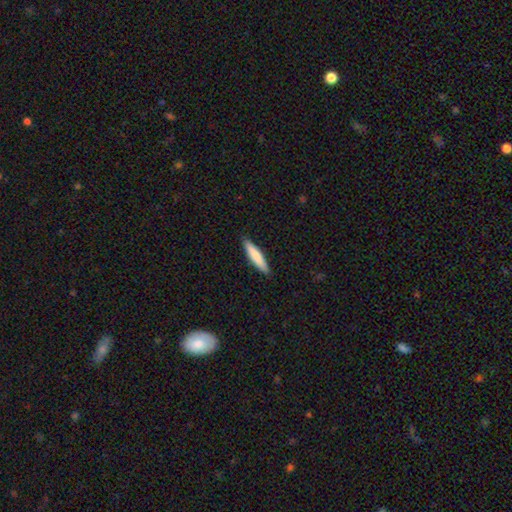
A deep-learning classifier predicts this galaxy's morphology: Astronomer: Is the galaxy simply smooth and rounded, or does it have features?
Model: smooth — 78%.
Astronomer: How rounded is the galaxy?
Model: cigar-shaped — 85%.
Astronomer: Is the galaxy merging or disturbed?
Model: none — 90%.